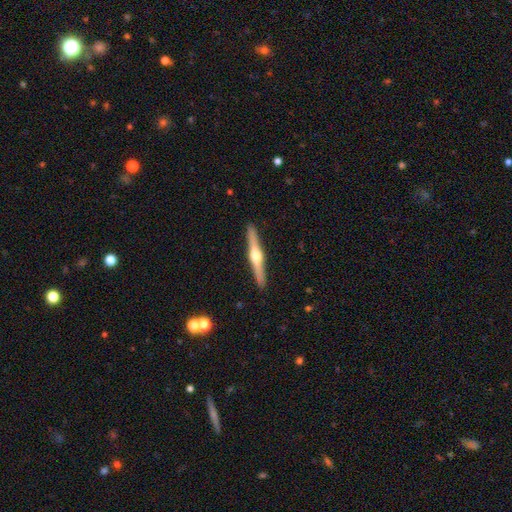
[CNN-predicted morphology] featured or disk 73%, smooth 22%, star or artifact 5%. Down the decision tree: edge-on disk — yes (98%); edge-on bulge — rounded (94%); merging — none (92%).